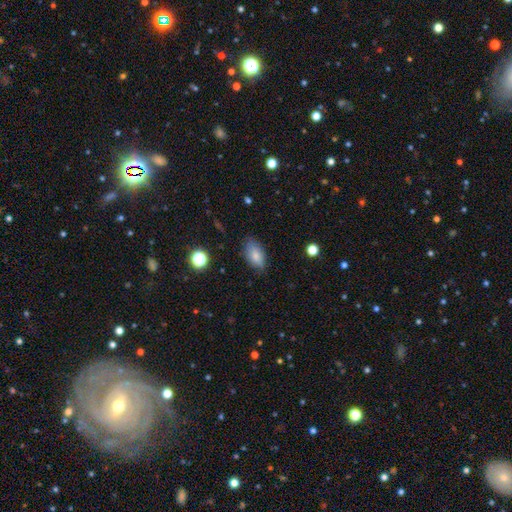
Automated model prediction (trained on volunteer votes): The model was most divided on "merging": none: 77%, minor disturbance: 18%, major disturbance: 3%, merger: 1%. More confident: how rounded — in between (90%); smooth or featured — smooth (80%).